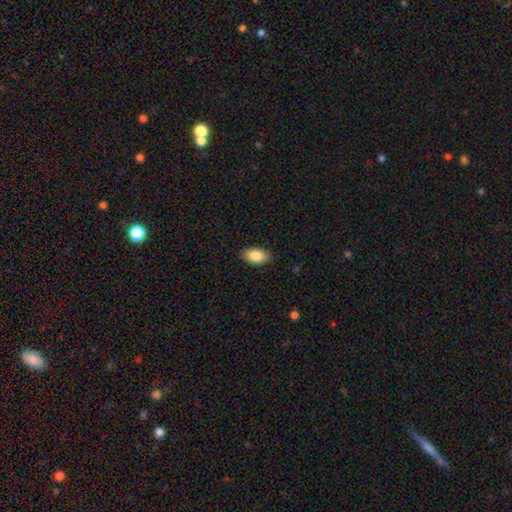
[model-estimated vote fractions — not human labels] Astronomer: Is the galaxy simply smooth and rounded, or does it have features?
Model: smooth — 84%.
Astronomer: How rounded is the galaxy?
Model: in between — 93%.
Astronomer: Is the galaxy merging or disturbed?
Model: none — 87%.